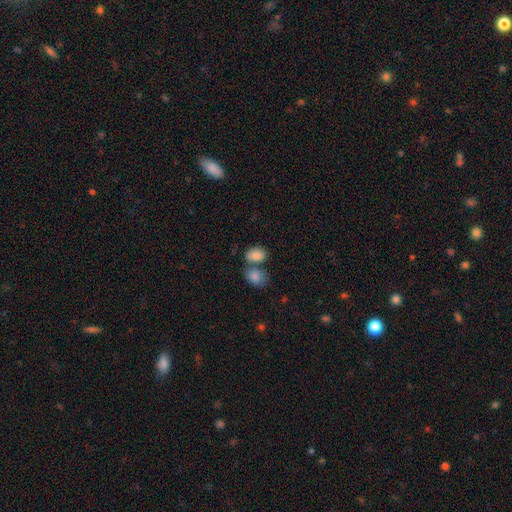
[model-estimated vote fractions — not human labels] This appears to be a smooth galaxy with no disk features (86%) that is in between round and cigar-shaped (78%). Merging: merger (42%, tied with none).